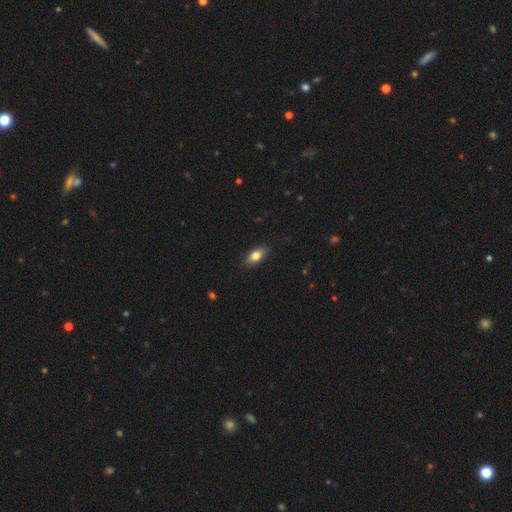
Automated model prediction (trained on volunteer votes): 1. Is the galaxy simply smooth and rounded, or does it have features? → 79% smooth, 13% featured or disk, 7% star or artifact.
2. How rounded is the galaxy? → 86% in between, 8% cigar-shaped, 6% round.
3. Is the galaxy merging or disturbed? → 85% none, 11% minor disturbance, 2% major disturbance, 1% merger.